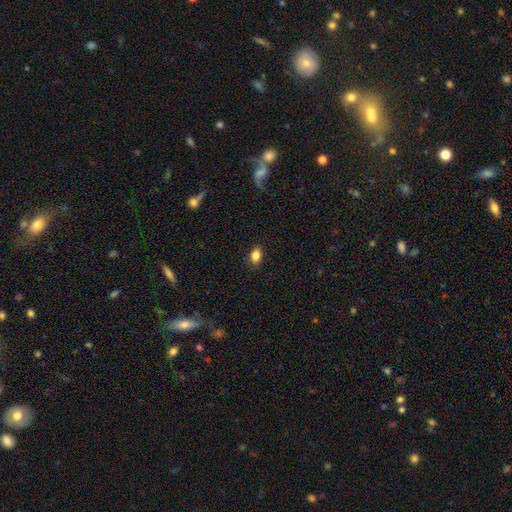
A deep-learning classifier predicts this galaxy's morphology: type=smooth (85%); roundness=in between (80%); merging=none (87%).